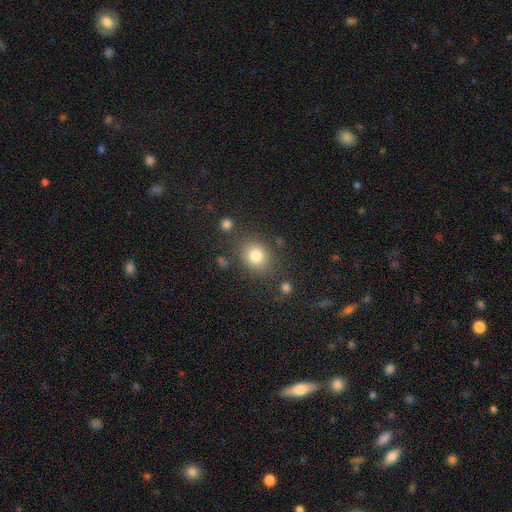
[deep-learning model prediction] This appears to be a smooth galaxy with no disk features (81%) that is round (64%). Merging: none (78%).